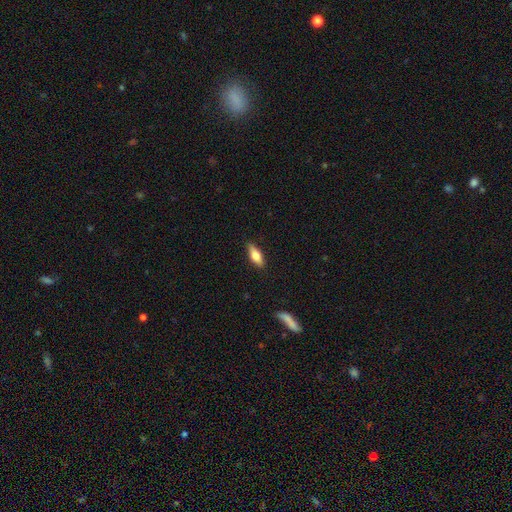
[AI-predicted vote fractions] Smooth or featured?
  - smooth: 63% *
  - featured or disk: 30%
  - star or artifact: 6%
How rounded?
  - in between: 61% *
  - cigar-shaped: 36%
  - round: 3%
Merging?
  - none: 87% *
  - minor disturbance: 10%
  - major disturbance: 2%
  - merger: 1%